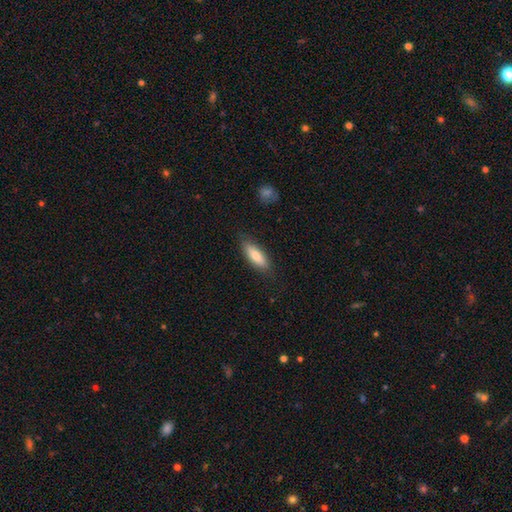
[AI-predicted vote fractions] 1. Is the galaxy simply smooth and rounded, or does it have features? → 79% smooth, 15% featured or disk, 6% star or artifact.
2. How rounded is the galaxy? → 55% in between, 43% cigar-shaped, 2% round.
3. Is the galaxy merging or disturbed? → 83% none, 13% minor disturbance, 3% major disturbance, 1% merger.